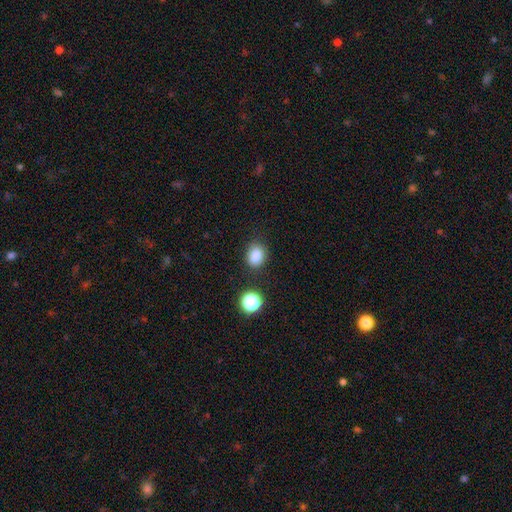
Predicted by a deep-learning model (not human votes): Smooth or featured? Predicted: smooth (p=0.84). How rounded? Predicted: round (p=0.52). Merging? Predicted: none (p=0.80).